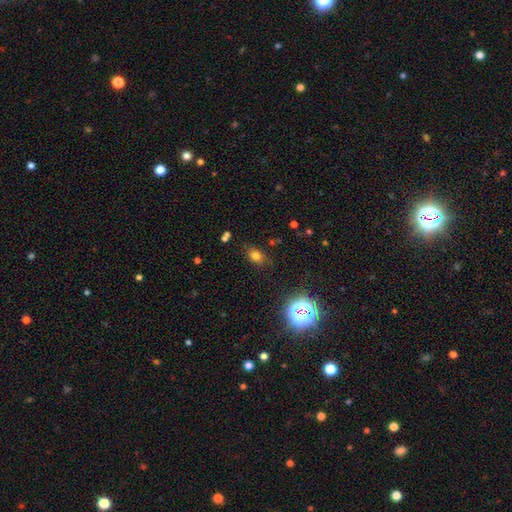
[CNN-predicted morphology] smooth-or-featured: smooth: 72% | star or artifact: 20% | featured or disk: 8%
  how-rounded: in between: 63% | round: 36% | cigar-shaped: 2%
  merging: none: 79% | minor disturbance: 14% | major disturbance: 4% | merger: 3%